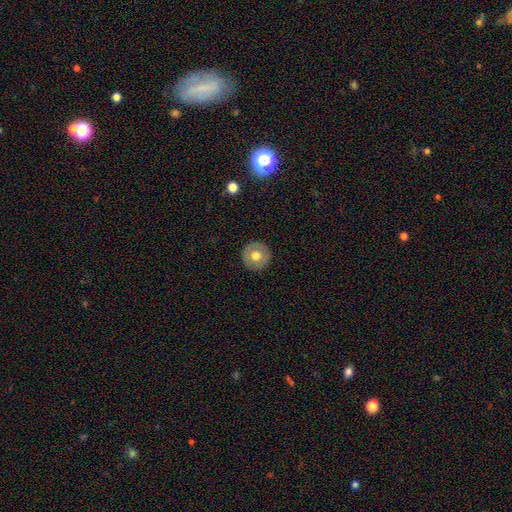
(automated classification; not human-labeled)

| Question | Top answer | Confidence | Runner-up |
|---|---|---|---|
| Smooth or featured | smooth | 69% | featured or disk (23%) |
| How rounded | round | 96% | in between (3%) |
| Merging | none | 91% | minor disturbance (7%) |